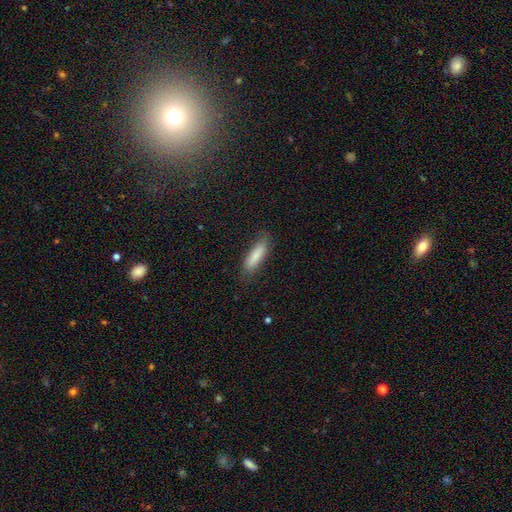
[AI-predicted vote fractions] Smooth or featured? Predicted: smooth (p=0.83). How rounded? Predicted: cigar-shaped (p=0.58). Merging? Predicted: none (p=0.77).